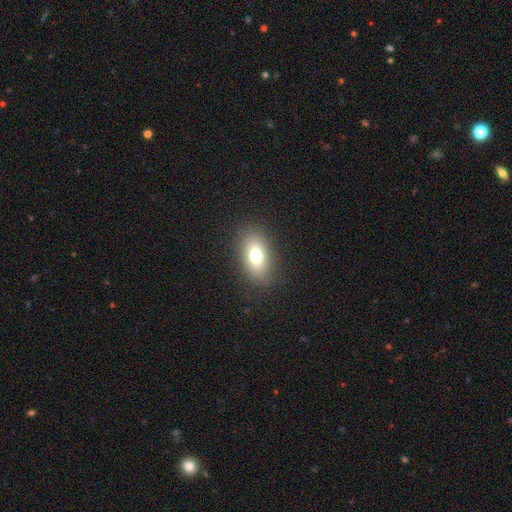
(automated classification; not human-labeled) The model was most divided on "smooth or featured": smooth: 74%, featured or disk: 15%, star or artifact: 11%. More confident: how rounded — in between (86%); merging — none (85%).